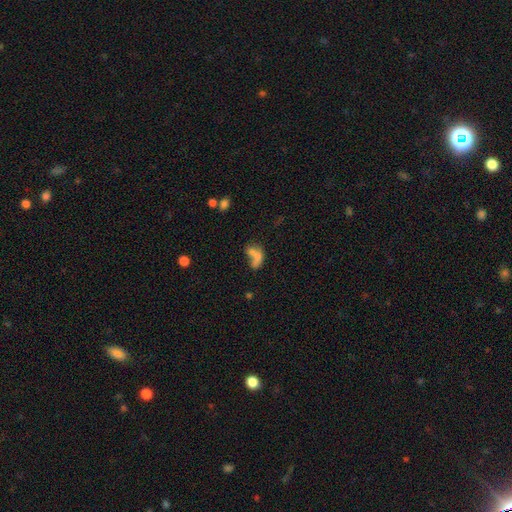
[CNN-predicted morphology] The model was most divided on "merging": merger: 59%, none: 19%, major disturbance: 13%, minor disturbance: 9%. More confident: how rounded — in between (76%); smooth or featured — smooth (65%).